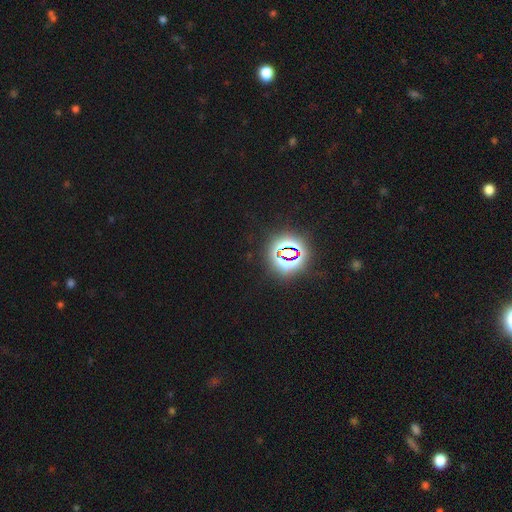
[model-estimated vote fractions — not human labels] A star or artifact, not a galaxy (81%).

Vote fractions:
- Smooth or featured? star or artifact: 81% / smooth: 12% / featured or disk: 6%